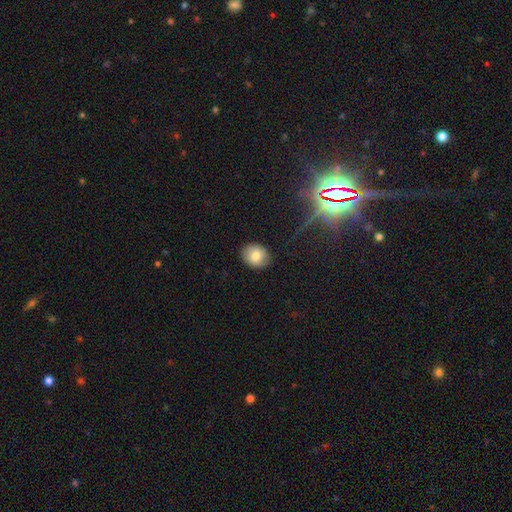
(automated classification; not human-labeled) Smooth or featured? Predicted: smooth (p=0.78). How rounded? Predicted: round (p=0.58). Merging? Predicted: none (p=0.88).